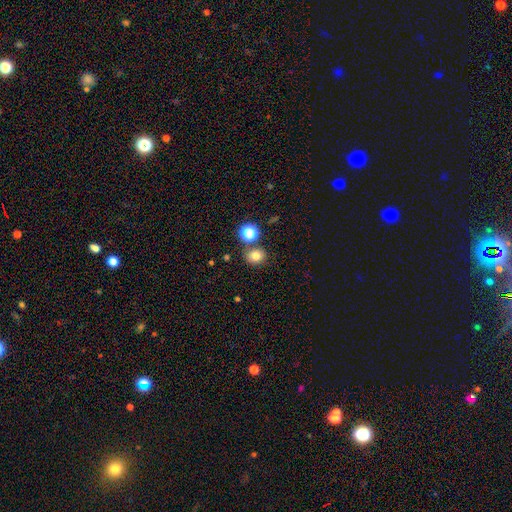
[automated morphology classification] Smooth or featured: smooth — 77% (star or artifact — 16%)
How rounded: round — 68% (in between — 31%)
Merging: none — 76% (merger — 12%)